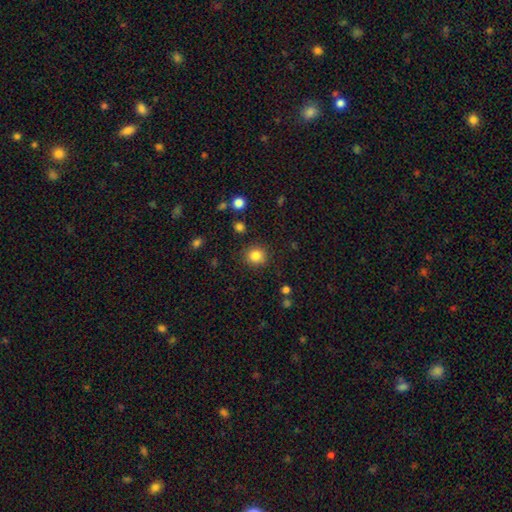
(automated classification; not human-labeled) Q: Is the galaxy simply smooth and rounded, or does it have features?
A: smooth — 83%.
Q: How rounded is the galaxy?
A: round — 88%.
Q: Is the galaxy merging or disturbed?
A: none — 88%.